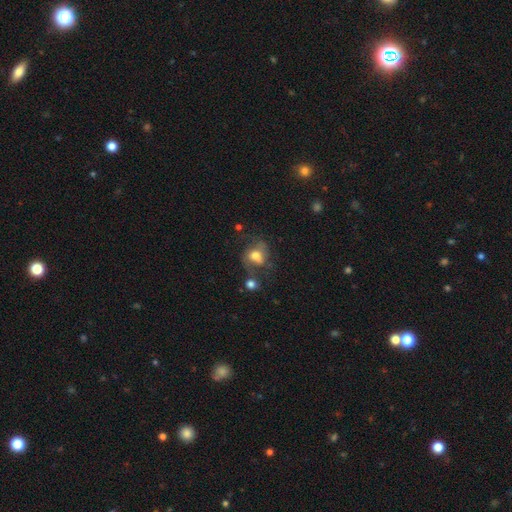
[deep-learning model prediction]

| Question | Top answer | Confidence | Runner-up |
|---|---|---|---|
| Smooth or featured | smooth | 49% | featured or disk (41%) |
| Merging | none | 43% | minor disturbance (23%) |